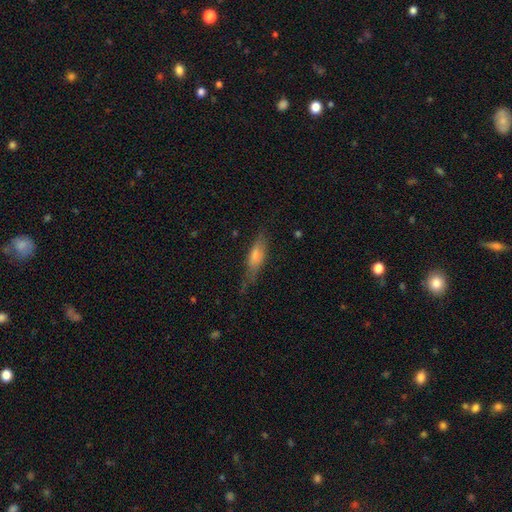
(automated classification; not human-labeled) Overall: smooth (63%; featured or disk 29%). How rounded: cigar-shaped (52%; in between 45%). Merging: none (58%; minor disturbance 28%).